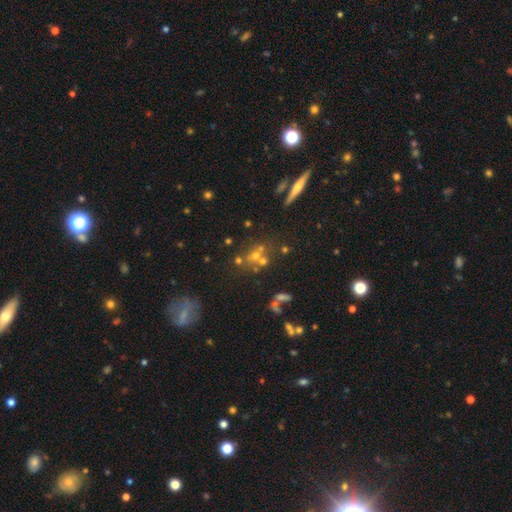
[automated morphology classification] smooth_or_featured: smooth (p=0.42) [alt: star or artifact p=0.32]
merging: none (p=0.51) [alt: merger p=0.32]